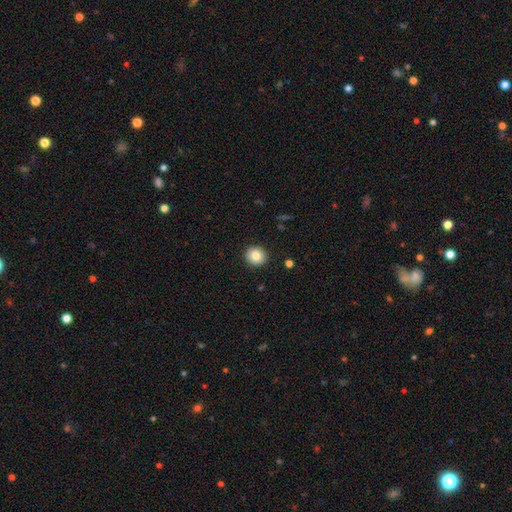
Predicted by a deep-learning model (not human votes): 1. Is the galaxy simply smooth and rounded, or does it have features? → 83% smooth, 9% star or artifact, 7% featured or disk.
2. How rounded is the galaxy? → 86% round, 13% in between, 1% cigar-shaped.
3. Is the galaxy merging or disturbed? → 92% none, 6% minor disturbance, 2% major disturbance, 1% merger.